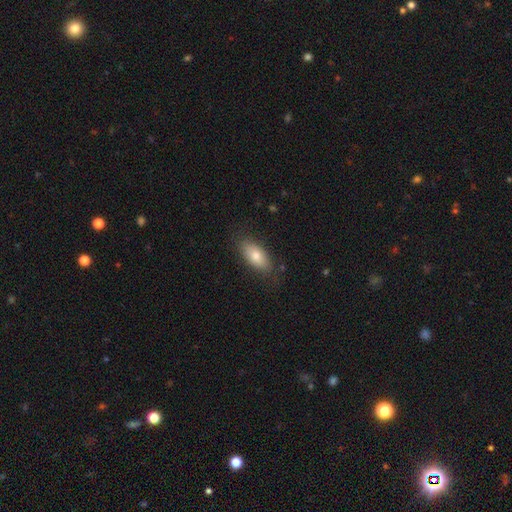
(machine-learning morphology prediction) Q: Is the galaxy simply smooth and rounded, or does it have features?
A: smooth — 77%.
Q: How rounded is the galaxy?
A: in between — 86%.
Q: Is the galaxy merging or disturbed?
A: none — 80%.